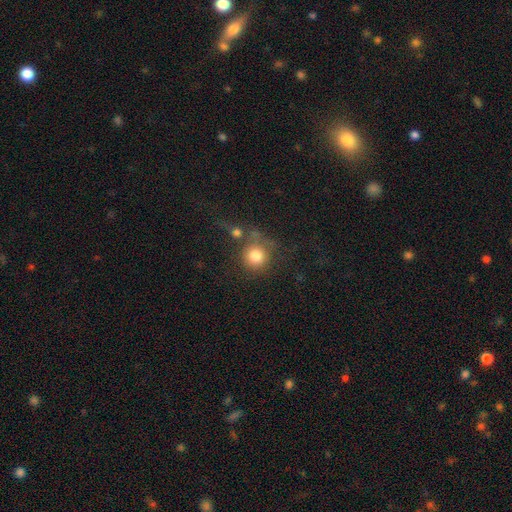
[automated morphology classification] smooth-or-featured: smooth: 81% | star or artifact: 11% | featured or disk: 8%
  how-rounded: round: 91% | in between: 8% | cigar-shaped: 1%
  merging: none: 57% | merger: 20% | minor disturbance: 14% | major disturbance: 10%